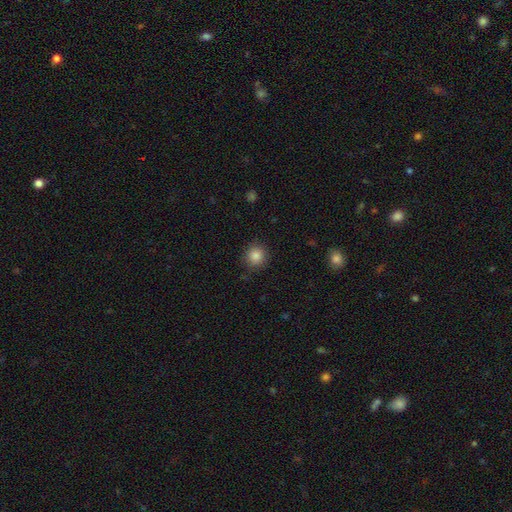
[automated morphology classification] The model was most divided on "smooth or featured": smooth: 85%, star or artifact: 11%, featured or disk: 4%. More confident: how rounded — round (92%); merging — none (89%).